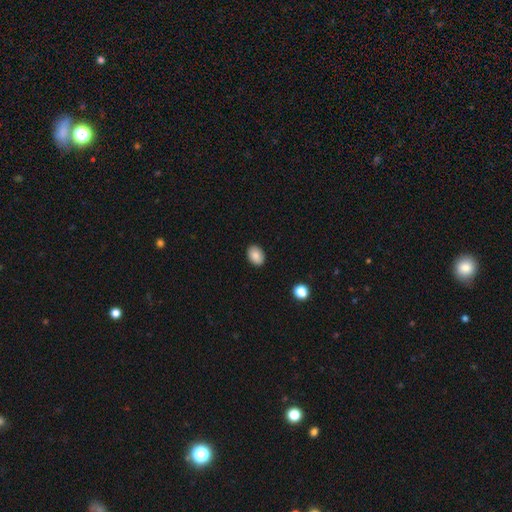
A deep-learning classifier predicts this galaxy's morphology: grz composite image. It shows a smooth galaxy with no disk features (87%) that is in between round and cigar-shaped (80%). Merging: none (89%).